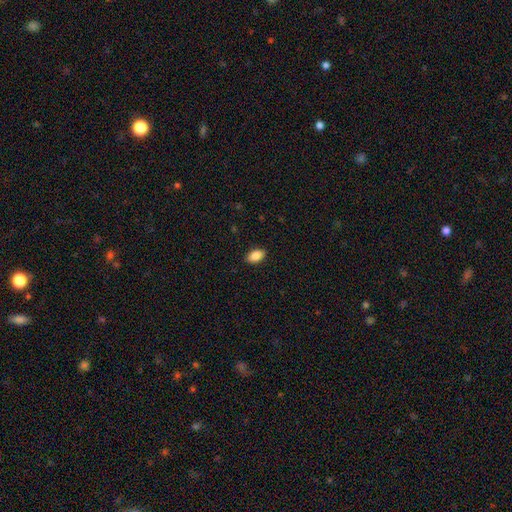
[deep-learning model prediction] A smooth galaxy with no disk features (86%) that is in between round and cigar-shaped (92%). Merging: none (90%).